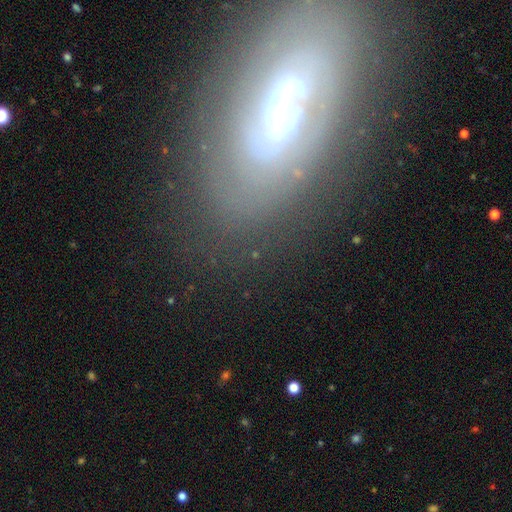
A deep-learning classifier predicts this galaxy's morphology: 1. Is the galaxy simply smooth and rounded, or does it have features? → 61% featured or disk, 20% smooth, 19% star or artifact.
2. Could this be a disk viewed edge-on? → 81% no, 19% yes.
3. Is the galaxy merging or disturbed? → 65% none, 18% minor disturbance, 13% major disturbance, 4% merger.